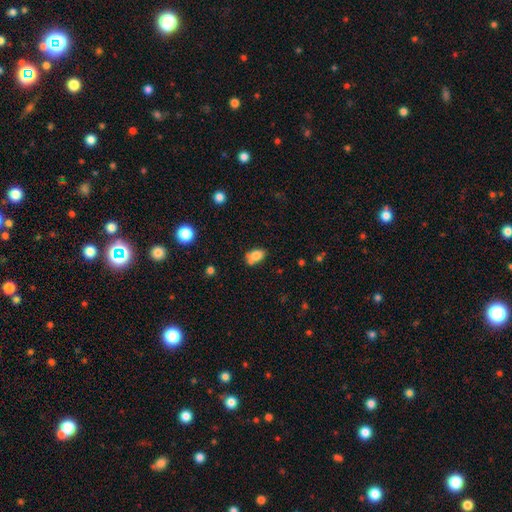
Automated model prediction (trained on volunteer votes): Smooth or featured?
  - smooth: 78% *
  - featured or disk: 12%
  - star or artifact: 10%
How rounded?
  - in between: 80% *
  - round: 18%
  - cigar-shaped: 2%
Merging?
  - none: 46% *
  - merger: 30%
  - minor disturbance: 19%
  - major disturbance: 6%